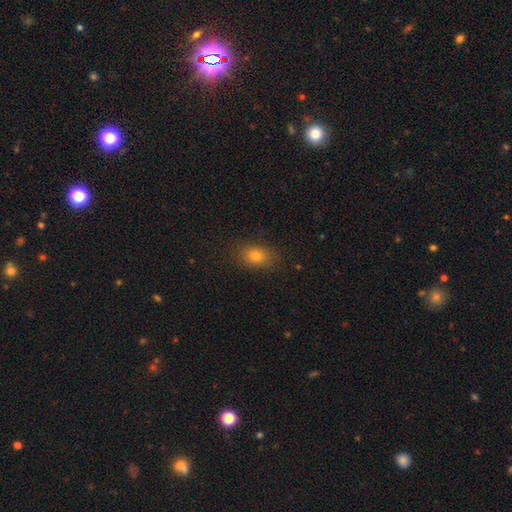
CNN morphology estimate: Smooth or featured? smooth (80%)
How rounded? in between (75%)
Merging? none (84%)